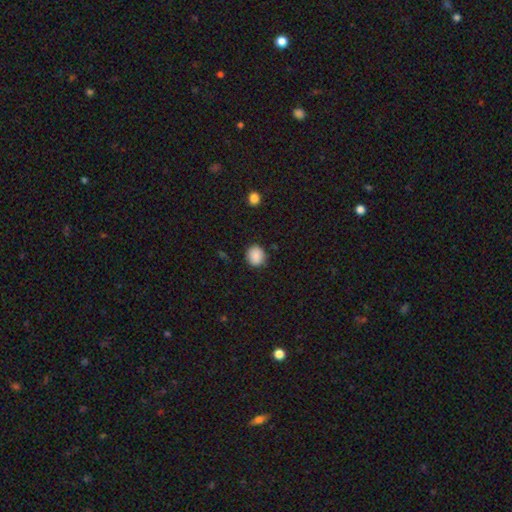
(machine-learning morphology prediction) Overall: smooth (87%). How rounded: round (84%). Merging: none (87%).